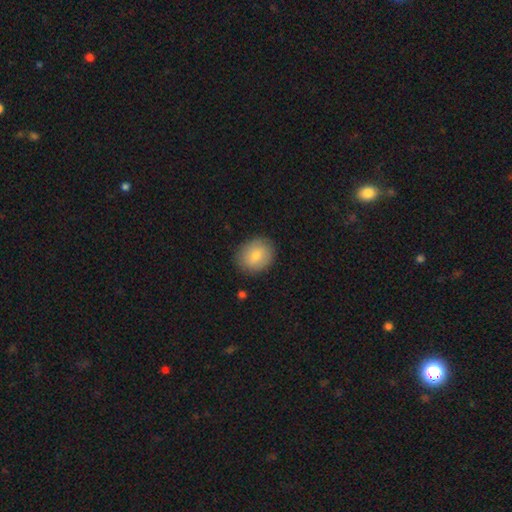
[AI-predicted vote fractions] Smooth or featured? Predicted: smooth (p=0.80). How rounded? Predicted: round (p=0.54). Merging? Predicted: none (p=0.86).